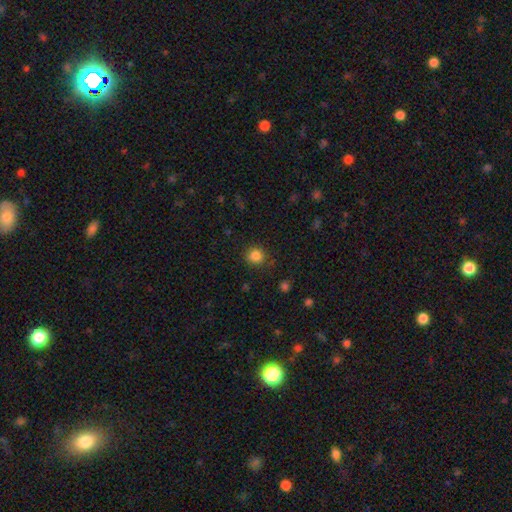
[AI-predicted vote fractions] The model was most divided on "smooth or featured": smooth: 84%, star or artifact: 12%, featured or disk: 4%. More confident: how rounded — round (87%); merging — none (84%).